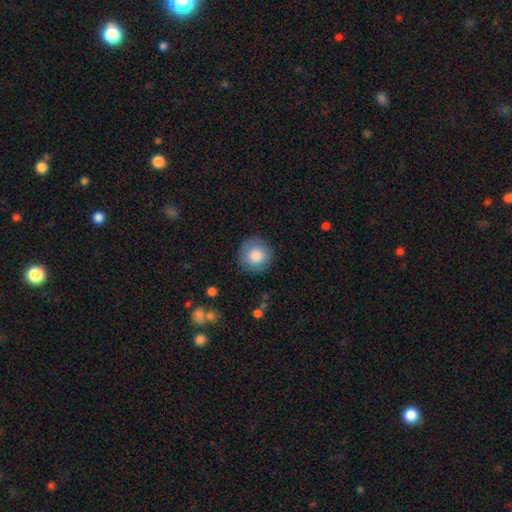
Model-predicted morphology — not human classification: Smooth or featured?
  - smooth: 82% *
  - featured or disk: 11%
  - star or artifact: 8%
How rounded?
  - round: 95% *
  - in between: 4%
  - cigar-shaped: 1%
Merging?
  - none: 87% *
  - minor disturbance: 9%
  - major disturbance: 3%
  - merger: 1%